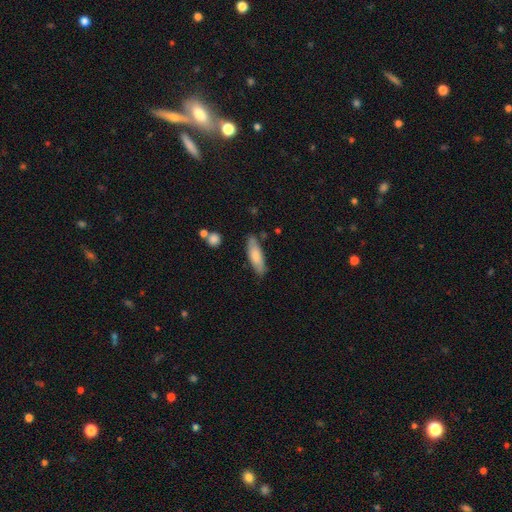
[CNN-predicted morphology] Smooth or featured: smooth — 78% (featured or disk — 17%)
How rounded: in between — 49% (tied with cigar-shaped — 49%)
Merging: none — 78% (minor disturbance — 16%)